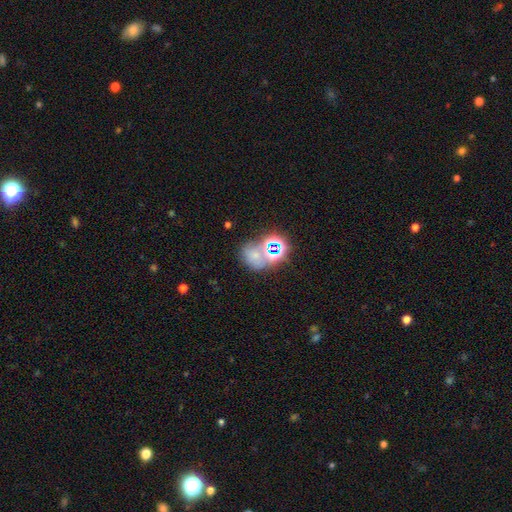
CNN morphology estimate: A smooth galaxy with no disk features (47%).

Vote fractions:
- Smooth or featured? smooth: 47% / star or artifact: 37% / featured or disk: 15%
- Merging? none: 42% / merger: 36% / minor disturbance: 12% / major disturbance: 9%